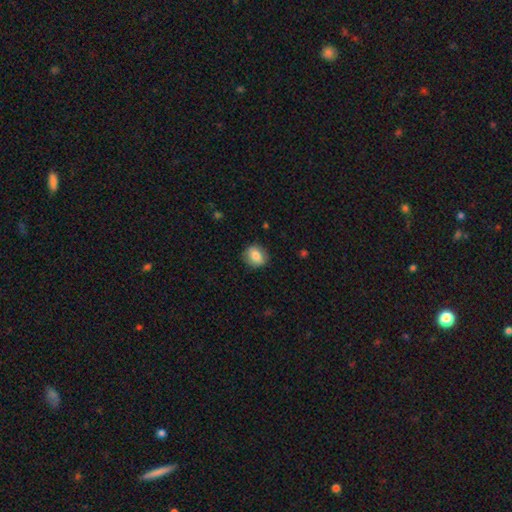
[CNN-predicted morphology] Smooth or featured: smooth — 77% (featured or disk — 15%)
How rounded: round — 69% (in between — 30%)
Merging: none — 85% (minor disturbance — 11%)